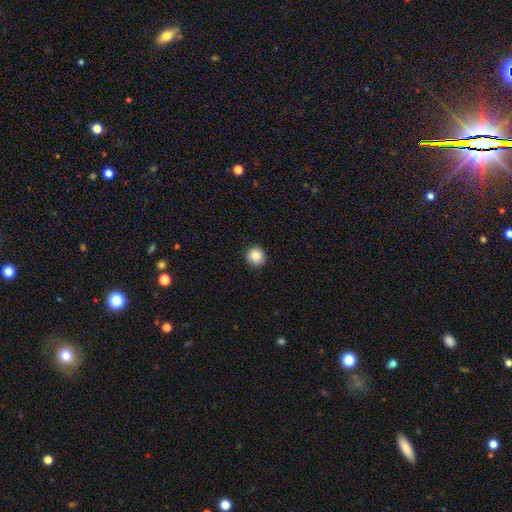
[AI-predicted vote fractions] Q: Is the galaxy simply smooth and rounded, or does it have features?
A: smooth — 86%.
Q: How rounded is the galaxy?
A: round — 90%.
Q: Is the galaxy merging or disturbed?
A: none — 89%.